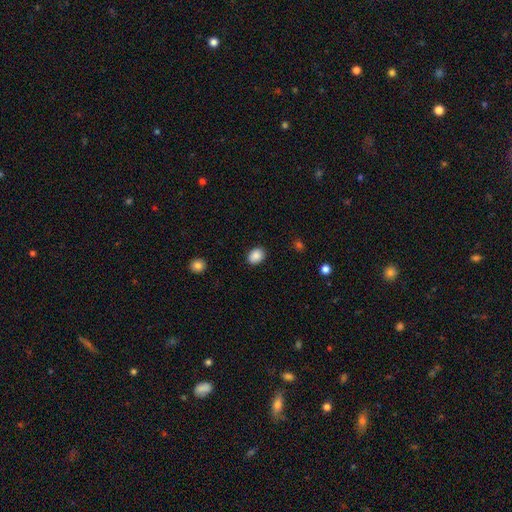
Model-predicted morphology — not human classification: This appears to be a smooth galaxy with no disk features (89%) that is in between round and cigar-shaped (63%). Merging: none (88%).